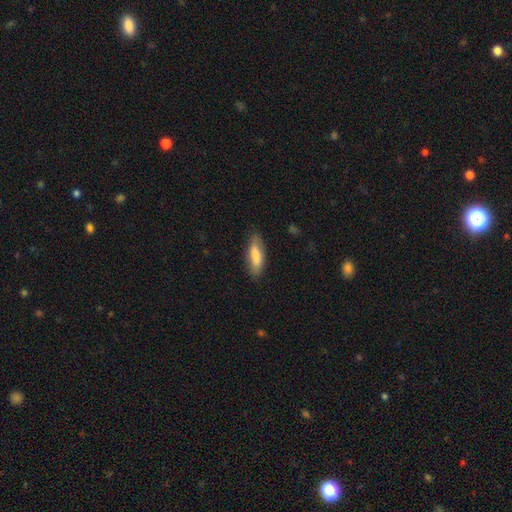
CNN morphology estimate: Smooth or featured: smooth — 79% (featured or disk — 15%)
How rounded: in between — 54% (cigar-shaped — 44%)
Merging: none — 81% (minor disturbance — 15%)